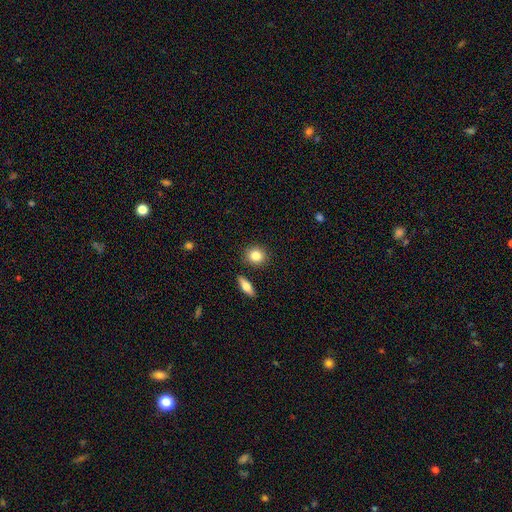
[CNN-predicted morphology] Smooth or featured?
  - smooth: 83% *
  - featured or disk: 8%
  - star or artifact: 8%
How rounded?
  - round: 80% *
  - in between: 18%
  - cigar-shaped: 2%
Merging?
  - none: 85% *
  - minor disturbance: 8%
  - merger: 5%
  - major disturbance: 2%